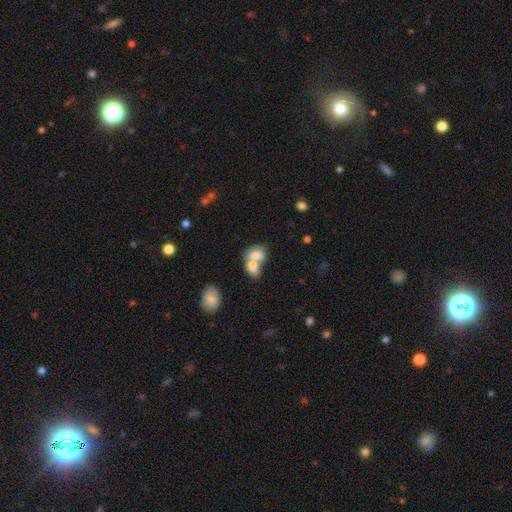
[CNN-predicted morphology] smooth 75%, featured or disk 17%, star or artifact 8%. Down the decision tree: how rounded — in between (80%); merging — merger (72%).